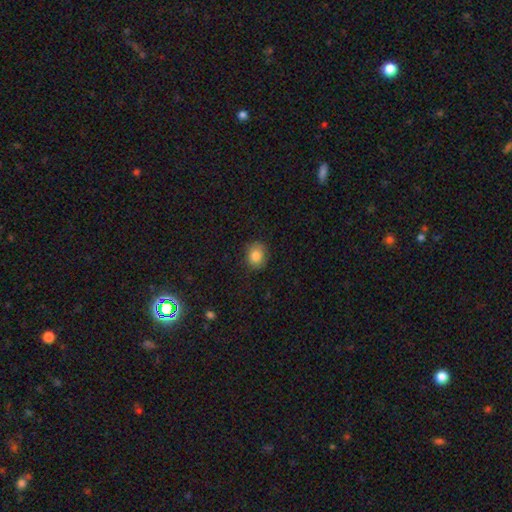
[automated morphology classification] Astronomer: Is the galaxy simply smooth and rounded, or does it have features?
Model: smooth — 84%.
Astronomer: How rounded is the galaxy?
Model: round — 64%.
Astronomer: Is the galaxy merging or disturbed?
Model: none — 85%.